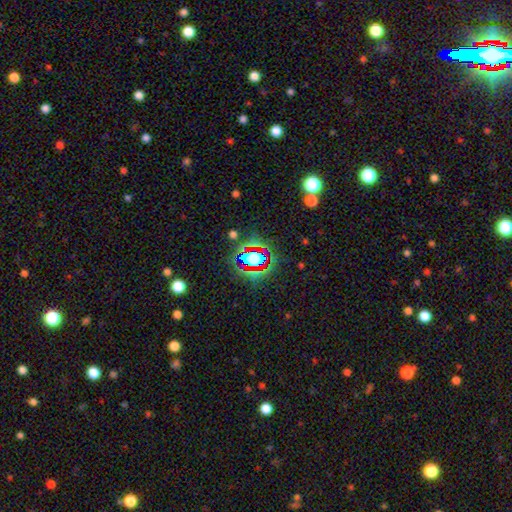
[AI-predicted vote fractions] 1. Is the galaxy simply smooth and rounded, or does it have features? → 61% star or artifact, 26% smooth, 13% featured or disk.